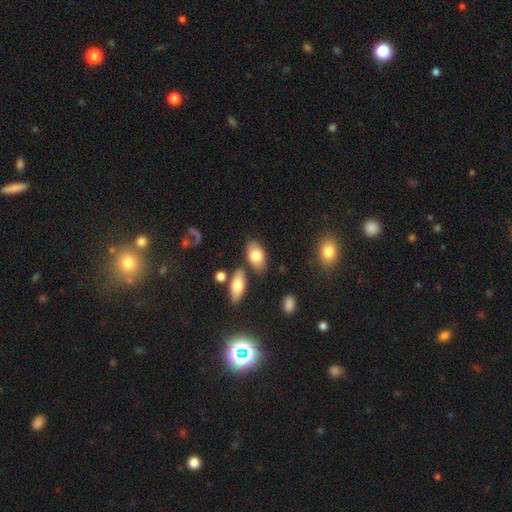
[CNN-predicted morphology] A smooth galaxy with no disk features (78%) that is in between round and cigar-shaped (91%).

Vote fractions:
- Smooth or featured? smooth: 78% / featured or disk: 16% / star or artifact: 7%
- How rounded? in between: 91% / round: 7% / cigar-shaped: 2%
- Merging? none: 73% / minor disturbance: 14% / merger: 9% / major disturbance: 4%